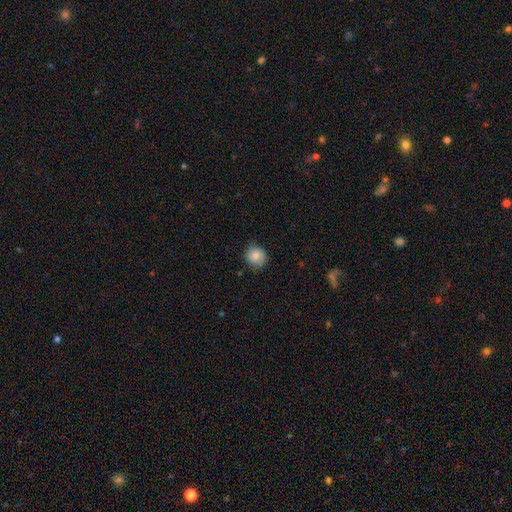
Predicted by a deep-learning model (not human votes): smooth_or_featured: smooth (p=0.83) [alt: featured or disk p=0.09]
how_rounded: round (p=0.86) [alt: in between p=0.13]
merging: none (p=0.79) [alt: minor disturbance p=0.17]